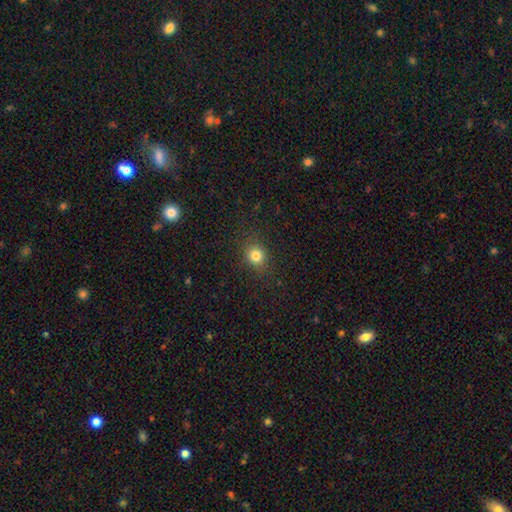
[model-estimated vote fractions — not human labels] Q: Smooth or featured?
A: smooth (81%); runner-up: star or artifact (13%)
Q: How rounded?
A: round (78%); runner-up: in between (21%)
Q: Merging?
A: none (87%); runner-up: minor disturbance (9%)